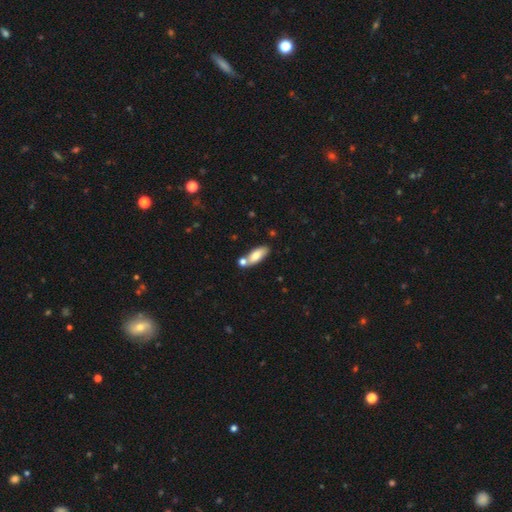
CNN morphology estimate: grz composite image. It shows a smooth galaxy with no disk features (75%) that is in between round and cigar-shaped (74%). Merging: none (59%).